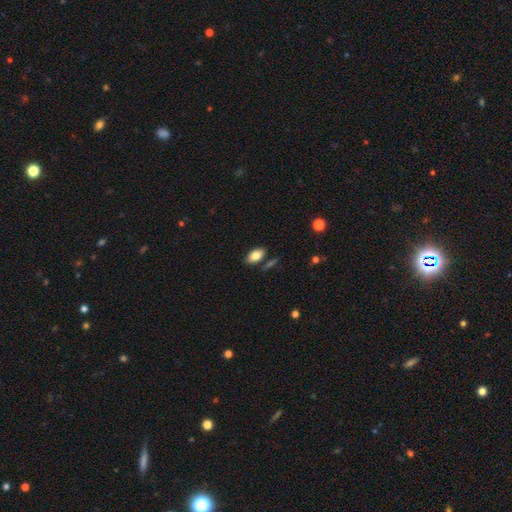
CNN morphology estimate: This appears to be a smooth galaxy with no disk features (80%) that is in between round and cigar-shaped (91%). Merging: none (80%).